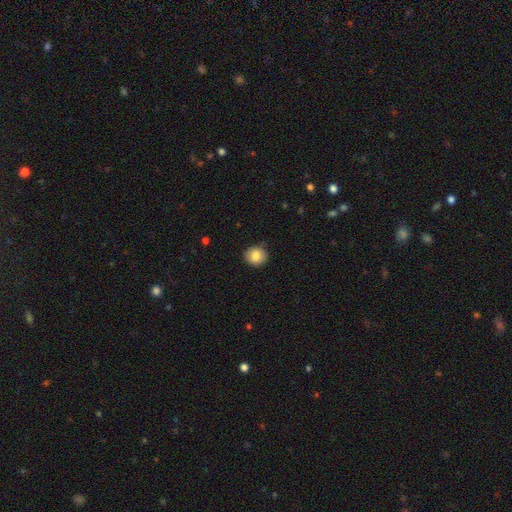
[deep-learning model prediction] Q: Smooth or featured?
A: smooth (84%); runner-up: star or artifact (8%)
Q: How rounded?
A: round (82%); runner-up: in between (17%)
Q: Merging?
A: none (87%); runner-up: minor disturbance (10%)